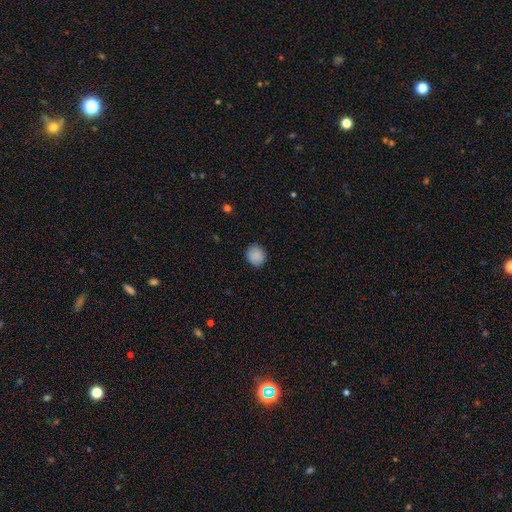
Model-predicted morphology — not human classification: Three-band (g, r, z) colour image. It shows a smooth galaxy with no disk features (88%) that is round (81%). Merging: none (86%).